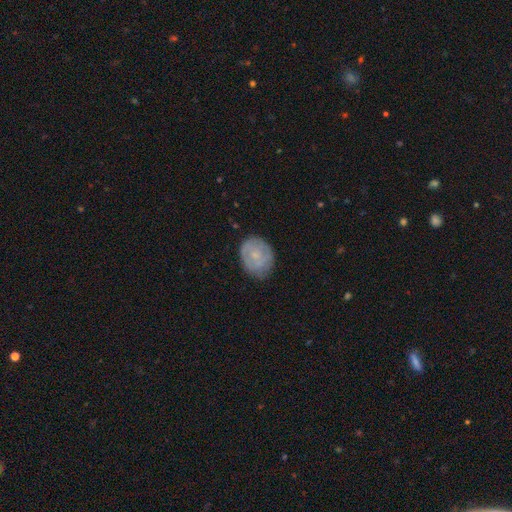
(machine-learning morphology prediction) A smooth galaxy with no disk features (56%) that is round (50%). Merging: none (73%).